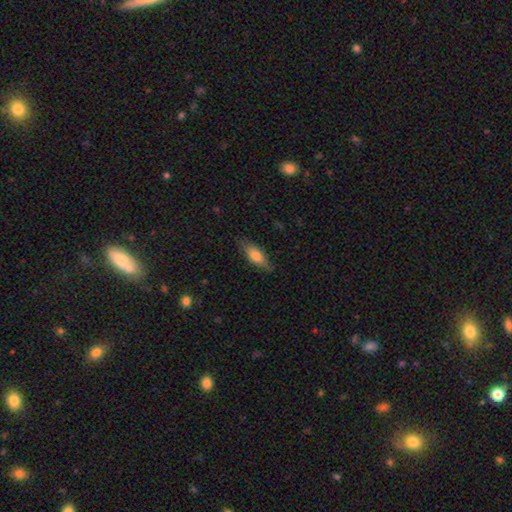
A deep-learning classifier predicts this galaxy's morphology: This is likely a smooth galaxy (68%). How rounded: likely in between (61%). Merging: likely none (77%).